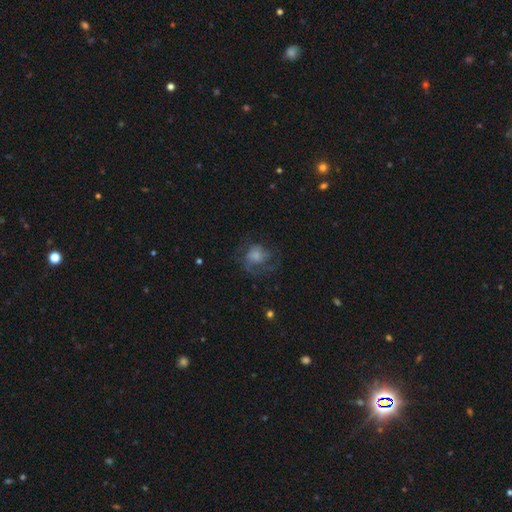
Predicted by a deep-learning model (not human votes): Overall: smooth (54%; featured or disk 35%). How rounded: round (67%; in between 32%). Merging: none (47%; major disturbance 30%).